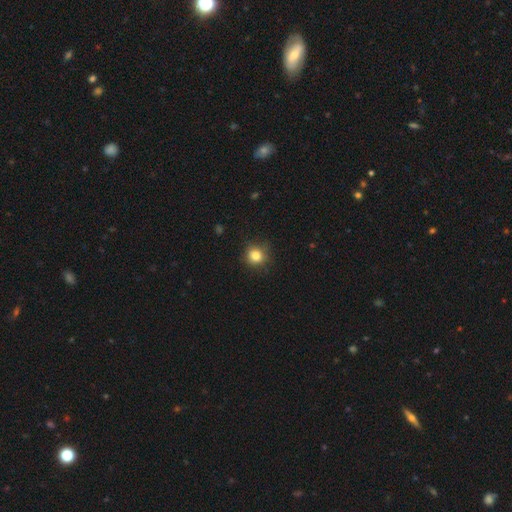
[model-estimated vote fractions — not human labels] Q: Smooth or featured?
A: smooth (83%); runner-up: star or artifact (12%)
Q: How rounded?
A: round (90%); runner-up: in between (9%)
Q: Merging?
A: none (84%); runner-up: minor disturbance (12%)